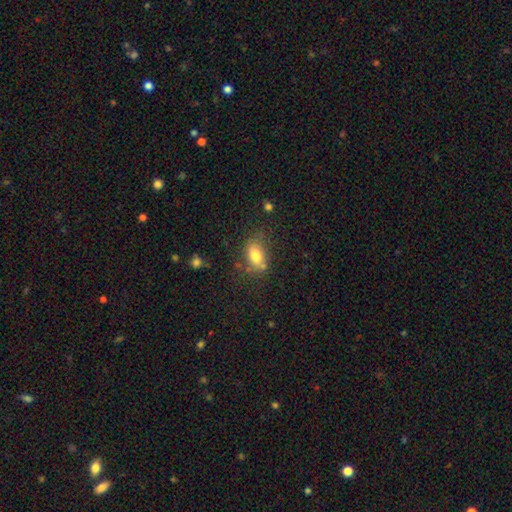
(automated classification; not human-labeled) This appears to be a smooth galaxy with no disk features (78%) that is in between round and cigar-shaped (84%). Merging: none (64%).